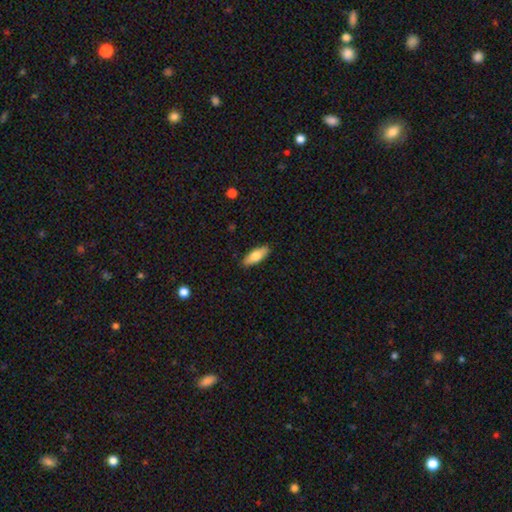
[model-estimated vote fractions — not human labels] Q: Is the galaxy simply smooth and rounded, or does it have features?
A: smooth — 71%.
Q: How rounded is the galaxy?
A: in between — 66%.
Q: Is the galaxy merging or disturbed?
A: none — 89%.